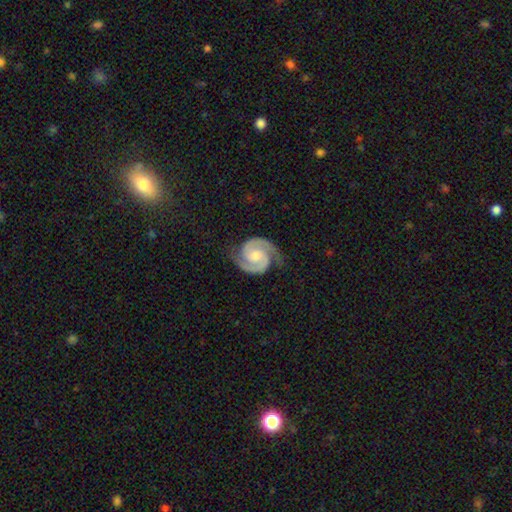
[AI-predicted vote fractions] smooth-or-featured: featured or disk: 93% | star or artifact: 4% | smooth: 3%
  disk-edge-on: no: 98% | yes: 2%
    bar: no: 59% | weak: 32% | strong: 9%
    has-spiral-arms: yes: 99% | no: 1%
      spiral-winding: tight: 52% | medium: 42% | loose: 6%
      spiral-arm-count: 2: 94% | can't tell: 1% | 3: 1% | 1: 1% | 4: 1% | more than 4: 1%
    bulge-size: moderate: 66% | small: 26% | large: 4% | none: 3% | dominant: 1%
  merging: none: 81% | minor disturbance: 14% | major disturbance: 4% | merger: 1%